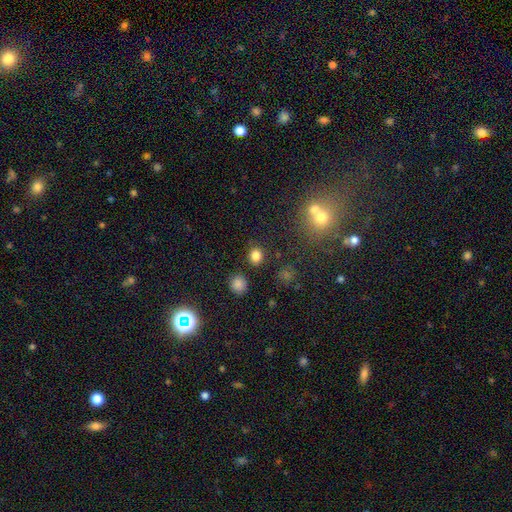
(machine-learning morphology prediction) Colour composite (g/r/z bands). It shows a smooth galaxy with no disk features (81%) that is round (79%). Merging: none (87%).